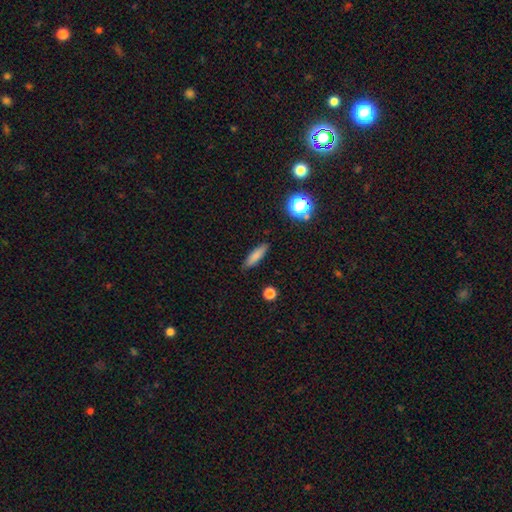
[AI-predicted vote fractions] Smooth or featured?
  - smooth: 80% *
  - featured or disk: 11%
  - star or artifact: 10%
How rounded?
  - cigar-shaped: 68% *
  - in between: 29%
  - round: 3%
Merging?
  - none: 87% *
  - minor disturbance: 10%
  - major disturbance: 2%
  - merger: 2%